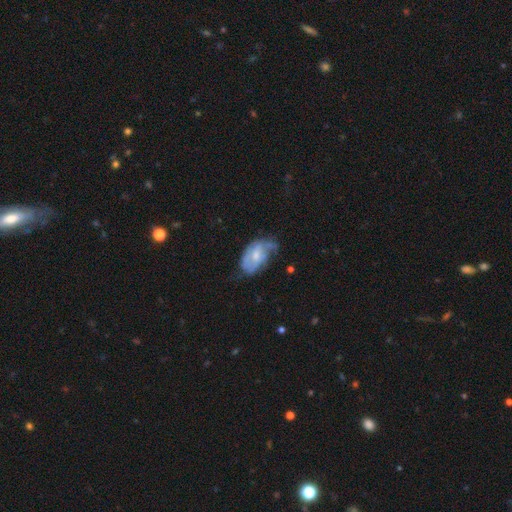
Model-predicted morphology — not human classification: Smooth or featured: featured or disk — 62% (smooth — 31%)
Edge-on disk: no — 95% (yes — 5%)
Bar: no — 63% (weak — 32%)
Spiral arms: yes — 75% (no — 25%)
Bulge size: moderate — 45% (small — 44%)
Merging: none — 40% (minor disturbance — 34%)